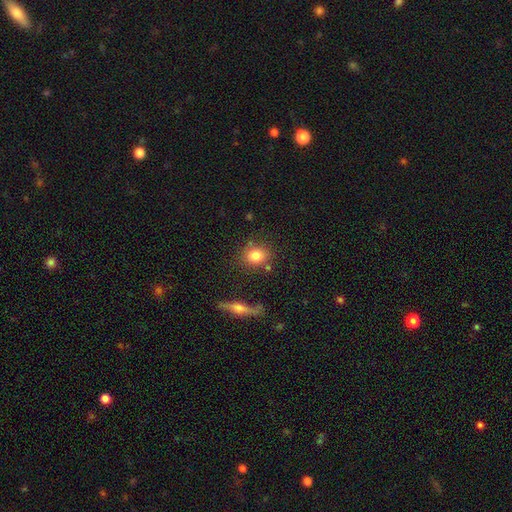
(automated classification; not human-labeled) A smooth galaxy with no disk features (79%) that is round (67%).

Vote fractions:
- Smooth or featured? smooth: 79% / featured or disk: 11% / star or artifact: 10%
- How rounded? round: 67% / in between: 31% / cigar-shaped: 2%
- Merging? none: 77% / minor disturbance: 12% / merger: 8% / major disturbance: 4%